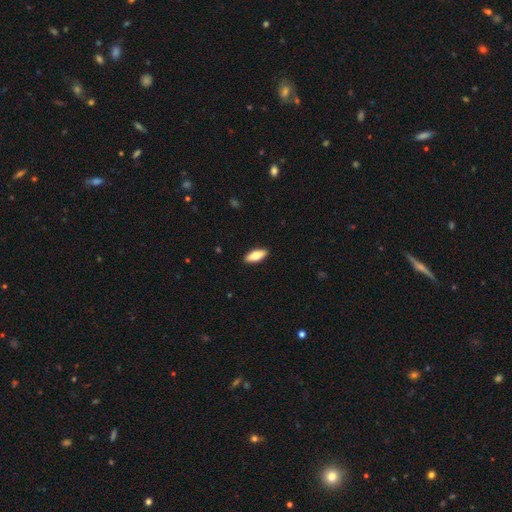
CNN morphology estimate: Smooth or featured: smooth — 68% (featured or disk — 26%)
How rounded: in between — 72% (cigar-shaped — 26%)
Merging: none — 90% (minor disturbance — 7%)